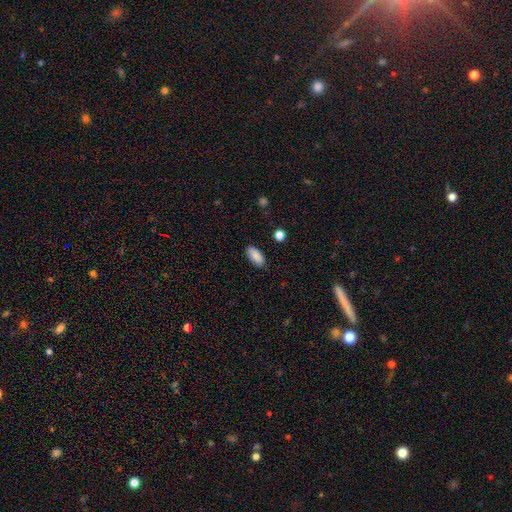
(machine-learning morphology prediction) Overall: smooth (88%). How rounded: in between (89%). Merging: none (85%).